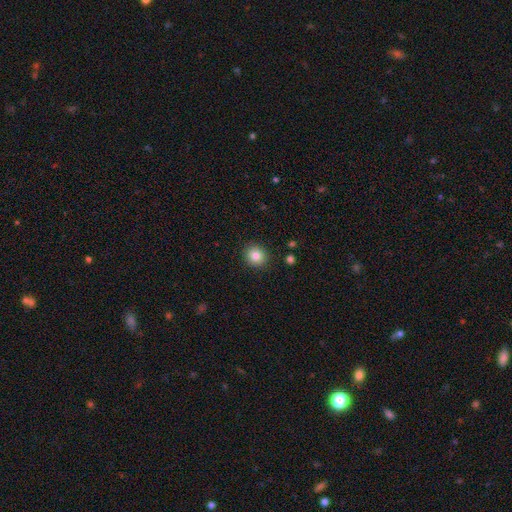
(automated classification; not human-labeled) A smooth galaxy with no disk features (83%) that is round (84%). Merging: none (90%).